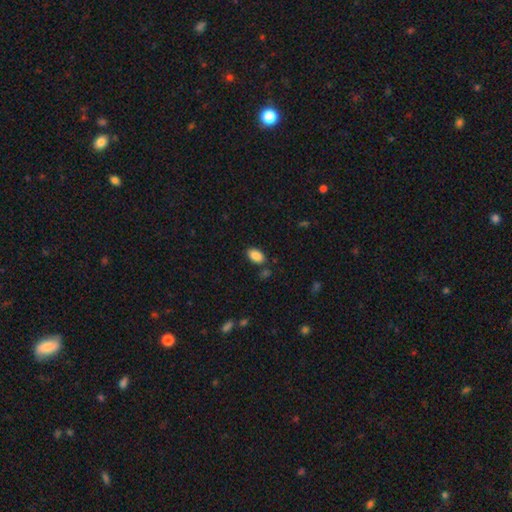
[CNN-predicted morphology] type=smooth (88%); roundness=in between (92%); merging=none (82%).